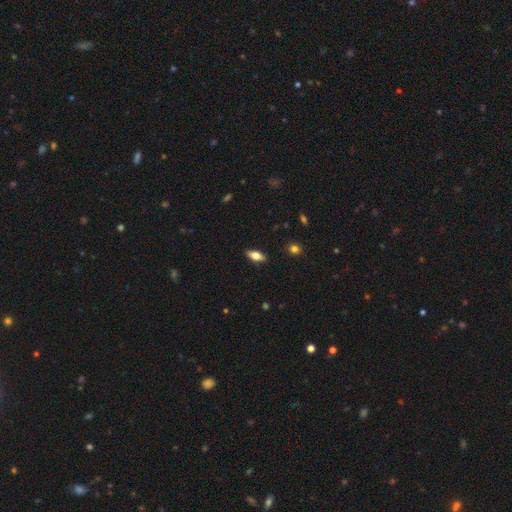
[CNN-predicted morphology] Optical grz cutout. It shows a smooth galaxy with no disk features (65%) that is in between round and cigar-shaped (77%). Merging: none (88%).